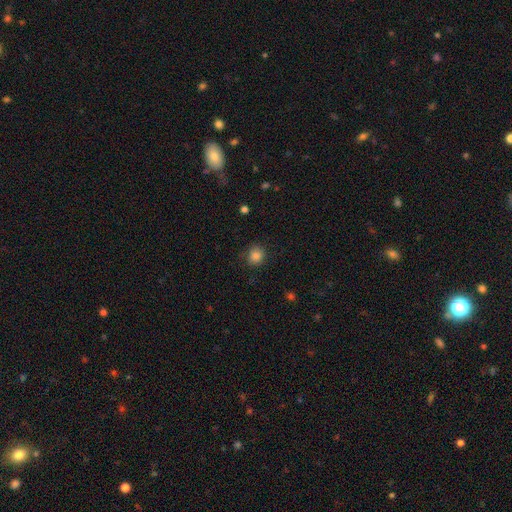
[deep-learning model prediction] smooth-or-featured: smooth: 84% | star or artifact: 11% | featured or disk: 4%
  how-rounded: round: 86% | in between: 13% | cigar-shaped: 1%
  merging: none: 82% | minor disturbance: 13% | major disturbance: 4% | merger: 1%